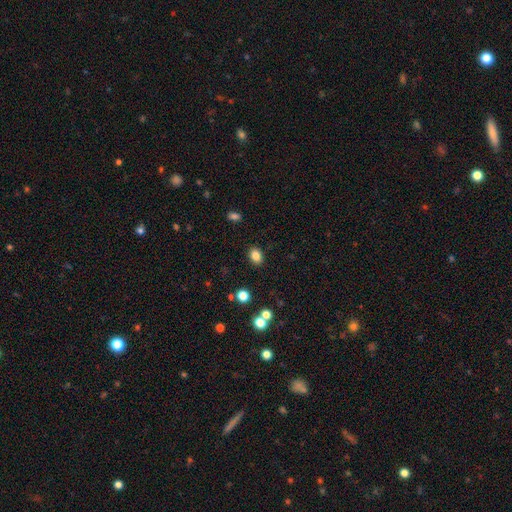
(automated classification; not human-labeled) smooth 84%, star or artifact 11%, featured or disk 6%. Down the decision tree: how rounded — in between (66%); merging — none (88%).